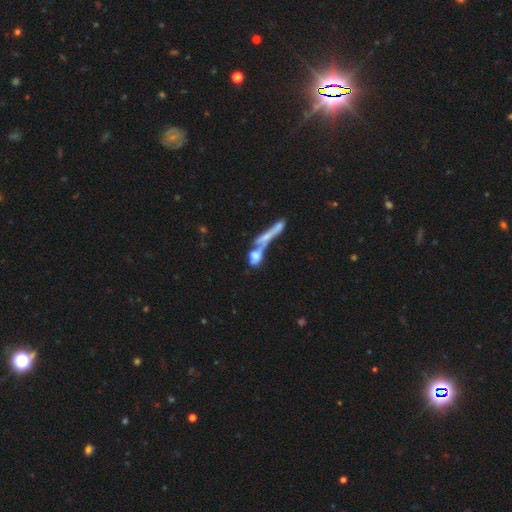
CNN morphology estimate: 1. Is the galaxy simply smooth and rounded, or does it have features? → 54% smooth, 34% featured or disk, 12% star or artifact.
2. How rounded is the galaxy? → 43% cigar-shaped, 39% in between, 18% round.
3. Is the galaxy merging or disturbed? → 54% merger, 24% none, 12% major disturbance, 10% minor disturbance.